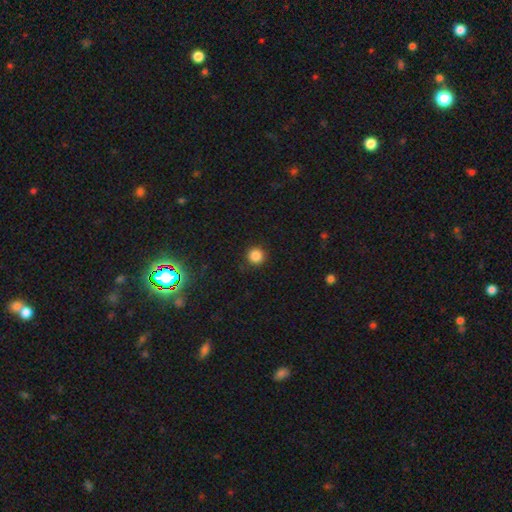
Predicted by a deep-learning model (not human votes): Q: Smooth or featured?
A: smooth (86%); runner-up: star or artifact (11%)
Q: How rounded?
A: round (95%); runner-up: in between (4%)
Q: Merging?
A: none (92%); runner-up: minor disturbance (6%)